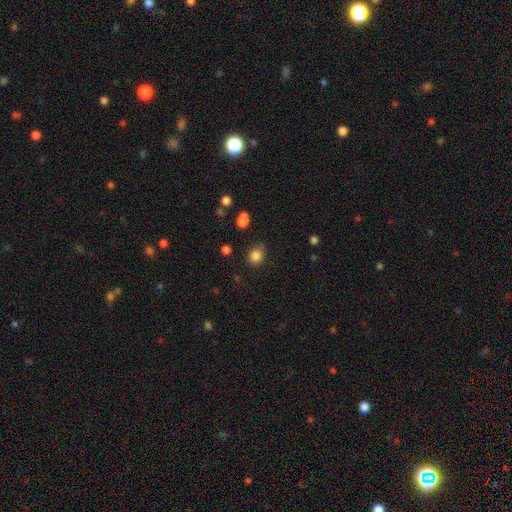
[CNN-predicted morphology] Q: Smooth or featured?
A: smooth (83%); runner-up: star or artifact (12%)
Q: How rounded?
A: round (65%); runner-up: in between (34%)
Q: Merging?
A: none (77%); runner-up: minor disturbance (15%)